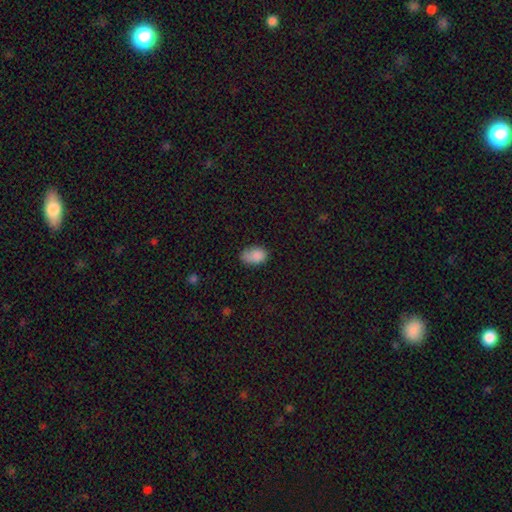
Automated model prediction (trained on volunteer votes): Smooth or featured: smooth — 86% (star or artifact — 9%)
How rounded: in between — 87% (round — 11%)
Merging: none — 60% (minor disturbance — 30%)